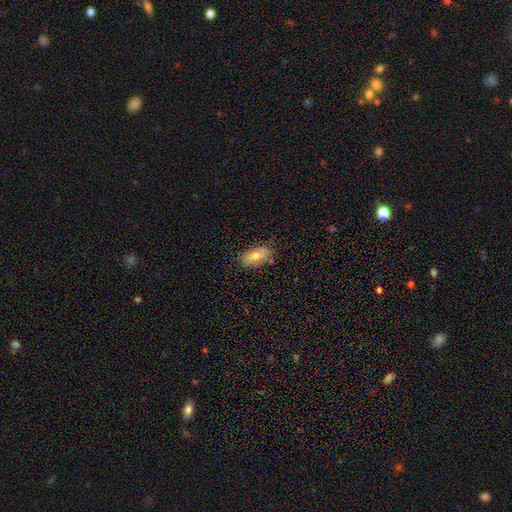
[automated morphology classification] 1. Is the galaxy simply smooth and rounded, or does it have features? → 69% smooth, 22% featured or disk, 9% star or artifact.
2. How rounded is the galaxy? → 86% in between, 9% cigar-shaped, 4% round.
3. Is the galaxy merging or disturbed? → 80% none, 15% minor disturbance, 3% major disturbance, 2% merger.